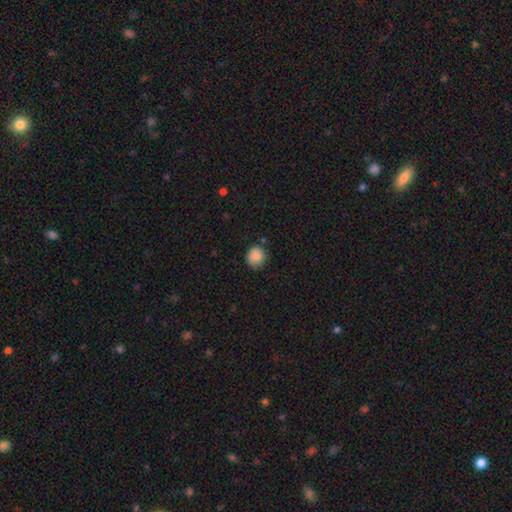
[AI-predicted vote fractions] A smooth galaxy with no disk features (85%) that is round (81%).

Vote fractions:
- Smooth or featured? smooth: 85% / star or artifact: 9% / featured or disk: 6%
- How rounded? round: 81% / in between: 18% / cigar-shaped: 1%
- Merging? none: 80% / minor disturbance: 15% / major disturbance: 3% / merger: 3%